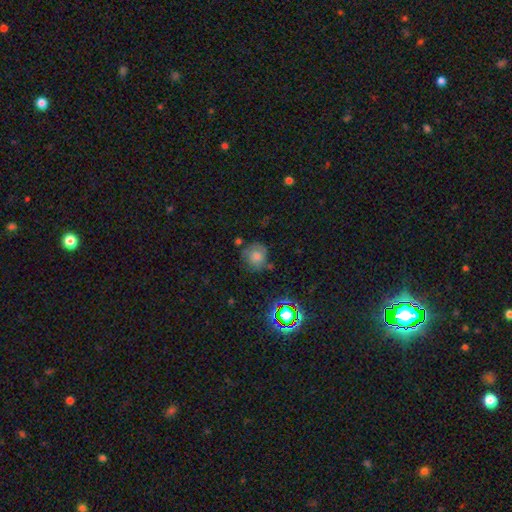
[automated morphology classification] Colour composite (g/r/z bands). It shows a smooth galaxy with no disk features (48%). Merging: none (67%).